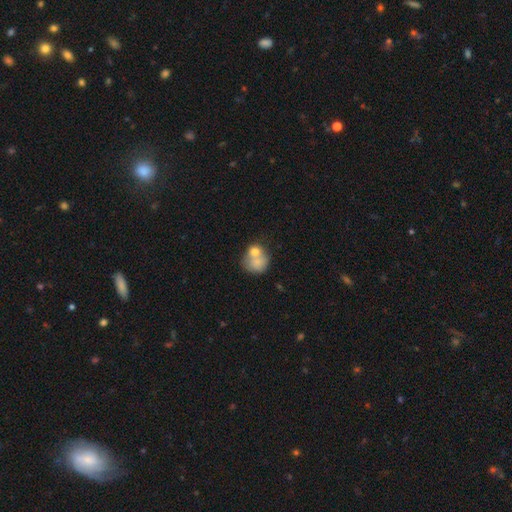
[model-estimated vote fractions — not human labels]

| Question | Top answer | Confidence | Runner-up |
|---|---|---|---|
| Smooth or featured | smooth | 72% | featured or disk (20%) |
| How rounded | round | 74% | in between (25%) |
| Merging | merger | 55% | none (30%) |